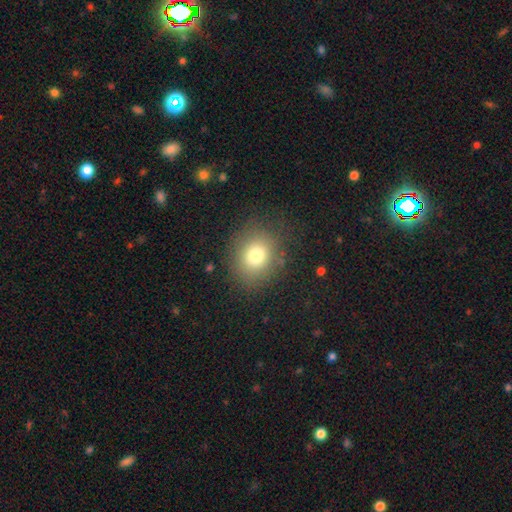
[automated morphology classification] Smooth or featured? Predicted: smooth (p=0.76). How rounded? Predicted: round (p=0.72). Merging? Predicted: none (p=0.81).